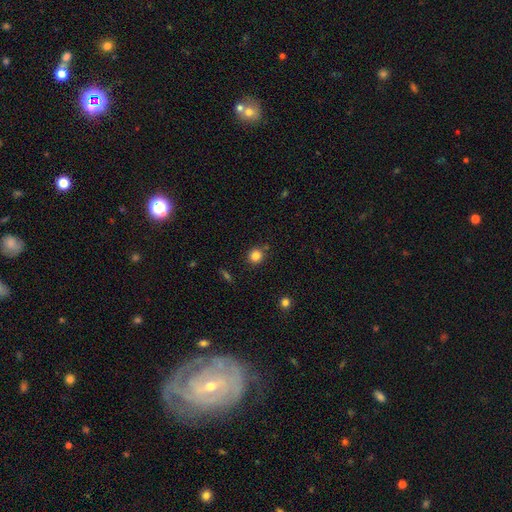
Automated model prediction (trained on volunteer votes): smooth-or-featured: smooth: 83% | star or artifact: 12% | featured or disk: 5%
  how-rounded: round: 90% | in between: 9% | cigar-shaped: 1%
  merging: none: 83% | minor disturbance: 9% | merger: 5% | major disturbance: 3%